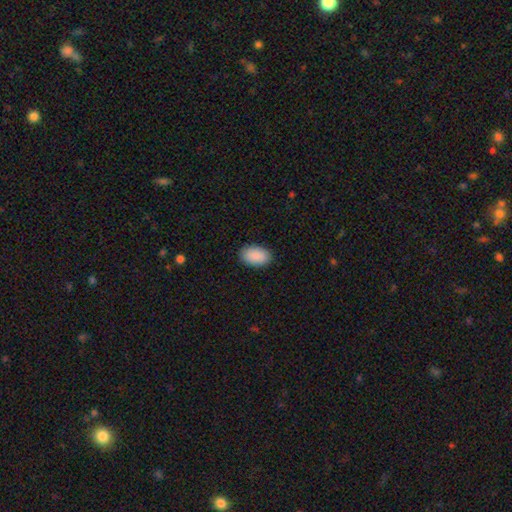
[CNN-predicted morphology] This appears to be a smooth galaxy with no disk features (91%) that is in between round and cigar-shaped (94%). Merging: none (89%).